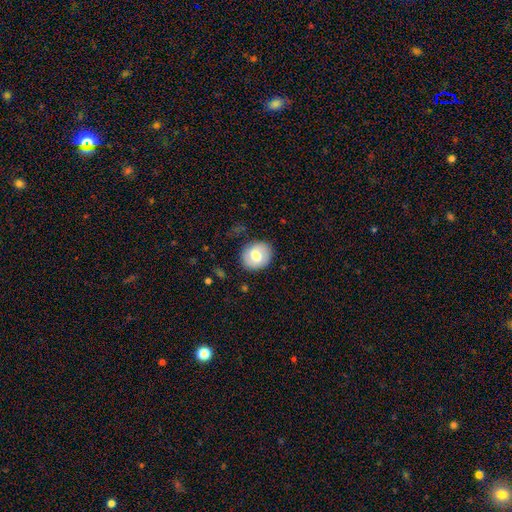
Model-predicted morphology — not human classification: This is likely a smooth galaxy (69%). How rounded: likely round (72%). Merging: clearly none (84%).